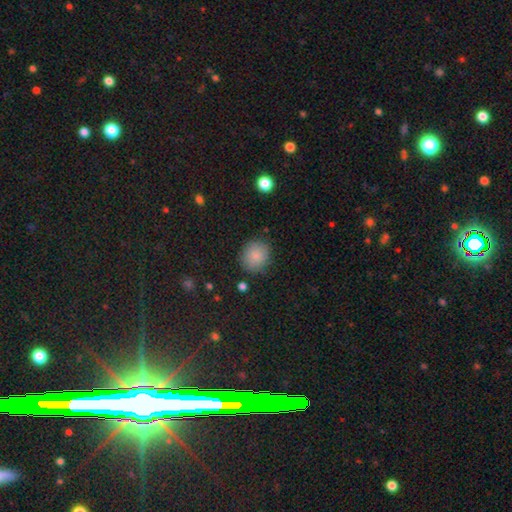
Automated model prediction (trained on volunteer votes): smooth-or-featured: smooth: 84% | star or artifact: 9% | featured or disk: 6%
  how-rounded: round: 79% | in between: 20% | cigar-shaped: 1%
  merging: none: 85% | minor disturbance: 11% | major disturbance: 3% | merger: 2%